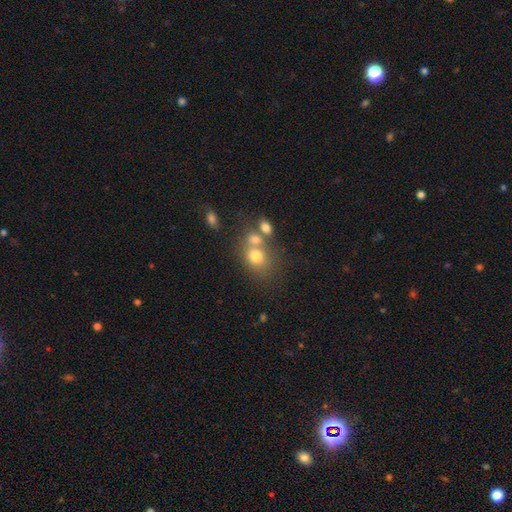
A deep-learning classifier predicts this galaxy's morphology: A smooth galaxy with no disk features (72%) that is round (54%).

Vote fractions:
- Smooth or featured? smooth: 72% / featured or disk: 15% / star or artifact: 13%
- How rounded? round: 54% / in between: 45% / cigar-shaped: 1%
- Merging? merger: 41% (tied) / none: 41% (tied) / minor disturbance: 12% / major disturbance: 6%